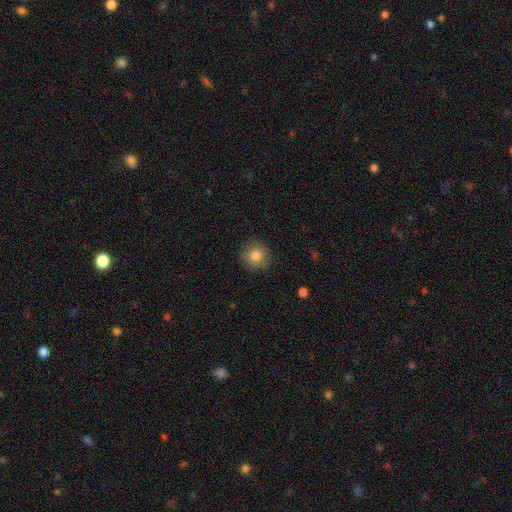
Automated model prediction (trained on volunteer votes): smooth 83%, star or artifact 9%, featured or disk 9%. Down the decision tree: how rounded — round (91%); merging — none (88%).